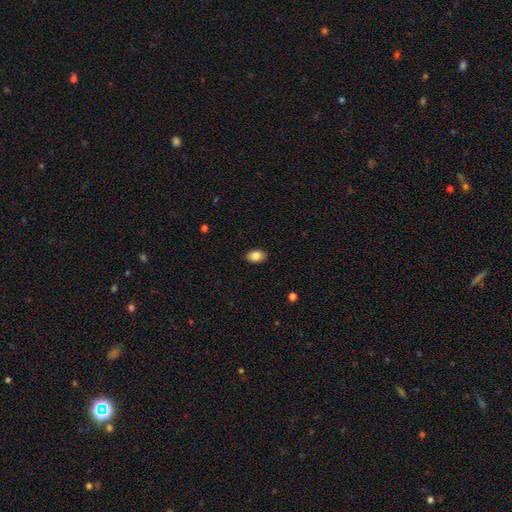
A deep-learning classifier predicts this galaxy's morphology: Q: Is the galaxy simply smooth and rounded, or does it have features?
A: smooth — 85%.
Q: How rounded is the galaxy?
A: in between — 86%.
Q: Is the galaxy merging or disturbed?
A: none — 88%.